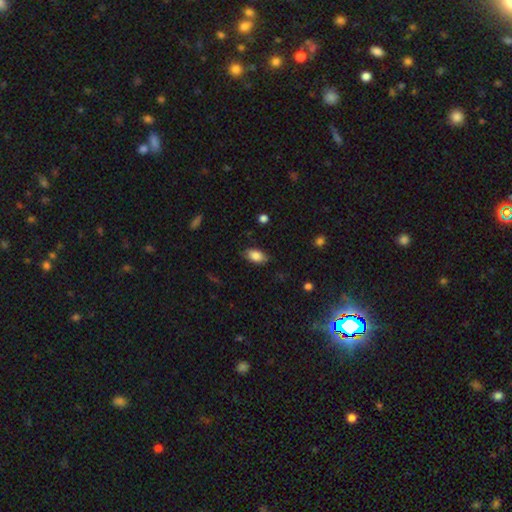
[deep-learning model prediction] Smooth or featured?
  - smooth: 85% *
  - featured or disk: 8%
  - star or artifact: 7%
How rounded?
  - in between: 91% *
  - round: 6%
  - cigar-shaped: 3%
Merging?
  - none: 82% *
  - minor disturbance: 14%
  - major disturbance: 3%
  - merger: 1%